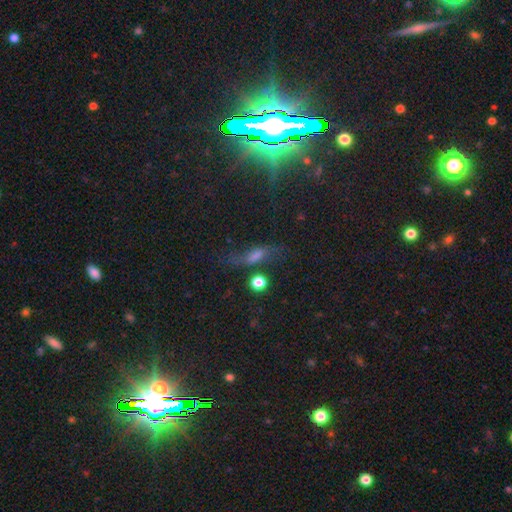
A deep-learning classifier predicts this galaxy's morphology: Smooth or featured: smooth — 35% (featured or disk — 34%)
Merging: none — 58% (minor disturbance — 20%)